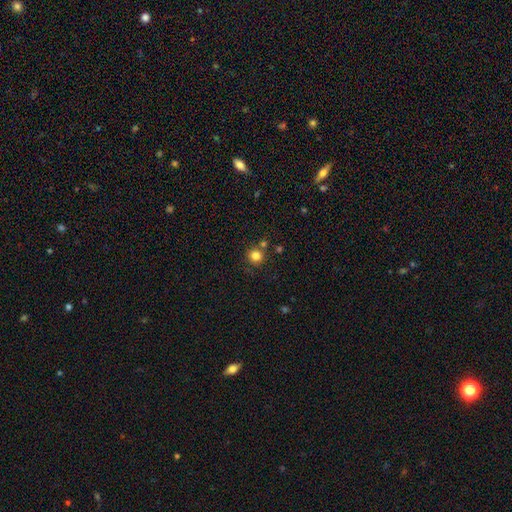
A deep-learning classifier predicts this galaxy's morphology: A smooth galaxy with no disk features (81%) that is round (93%).

Vote fractions:
- Smooth or featured? smooth: 81% / star or artifact: 13% / featured or disk: 6%
- How rounded? round: 93% / in between: 6% / cigar-shaped: 1%
- Merging? none: 77% / merger: 11% / minor disturbance: 9% / major disturbance: 3%